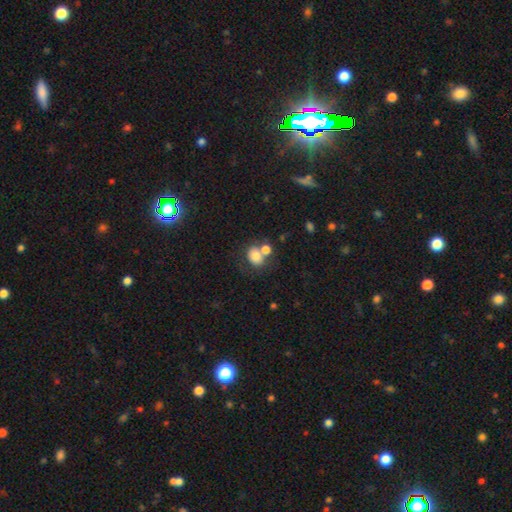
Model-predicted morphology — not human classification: A smooth galaxy with no disk features (76%) that is in between round and cigar-shaped (51%).

Vote fractions:
- Smooth or featured? smooth: 76% / featured or disk: 14% / star or artifact: 11%
- How rounded? in between: 51% / round: 48% / cigar-shaped: 1%
- Merging? merger: 40% (tied) / none: 40% (tied) / minor disturbance: 13% / major disturbance: 7%